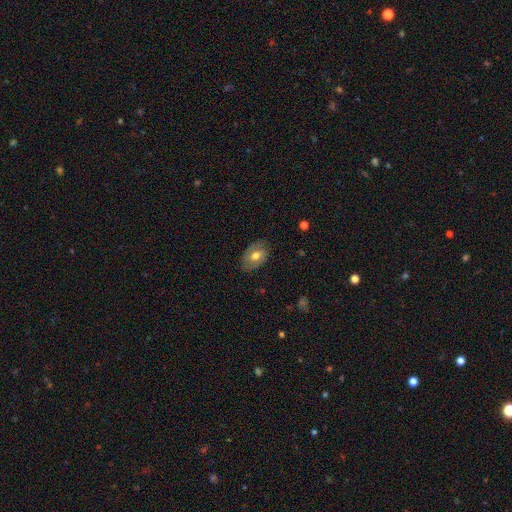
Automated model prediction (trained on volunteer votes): A smooth galaxy with no disk features (55%) that is in between round and cigar-shaped (85%). Merging: none (77%).